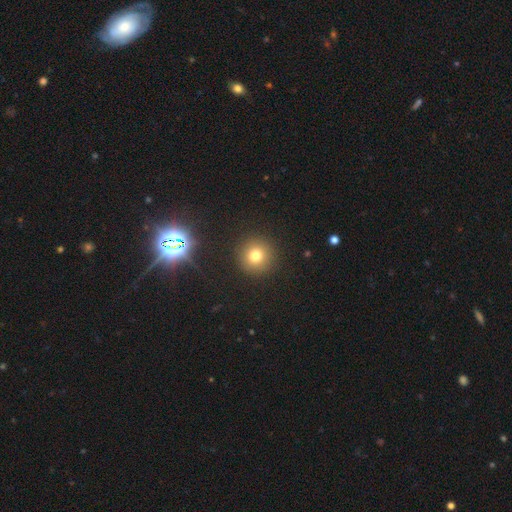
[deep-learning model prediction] The model was most divided on "smooth or featured": smooth: 75%, star or artifact: 17%, featured or disk: 8%. More confident: how rounded — round (95%); merging — none (91%).